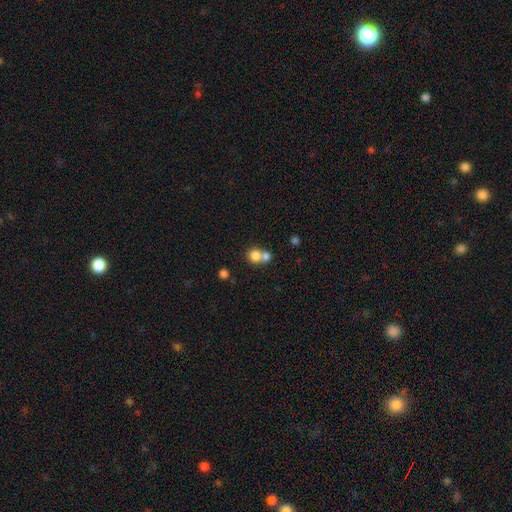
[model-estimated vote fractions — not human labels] The model was most divided on "merging": merger: 55%, none: 36%, minor disturbance: 5%, major disturbance: 3%. More confident: how rounded — round (79%); smooth or featured — smooth (79%).